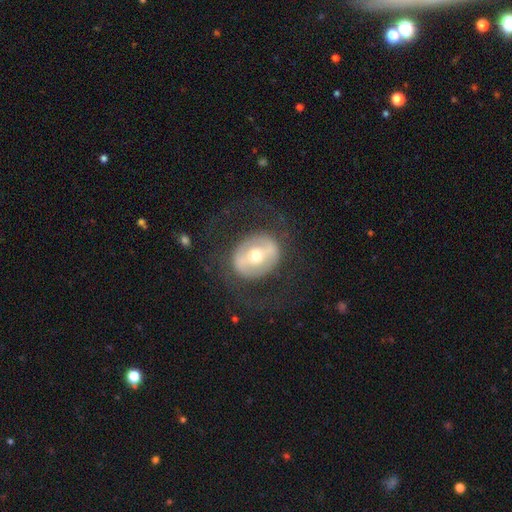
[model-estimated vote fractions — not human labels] Smooth or featured? Predicted: featured or disk (p=0.65). Edge-on disk? Predicted: no (p=0.94). Bar? Predicted: strong (p=0.49). Spiral arms? Predicted: no (p=0.67). Bulge size? Predicted: moderate (p=0.65). Merging? Predicted: none (p=0.70).